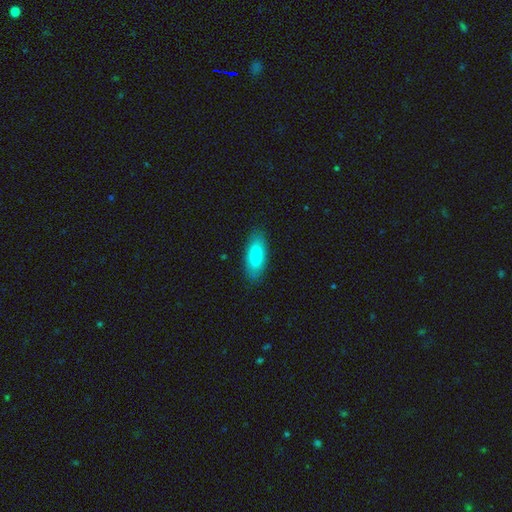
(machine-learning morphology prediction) A smooth galaxy with no disk features (82%) that is in between round and cigar-shaped (76%).

Vote fractions:
- Smooth or featured? smooth: 82% / featured or disk: 12% / star or artifact: 6%
- How rounded? in between: 76% / cigar-shaped: 23% / round: 2%
- Merging? none: 86% / minor disturbance: 10% / major disturbance: 3% / merger: 1%